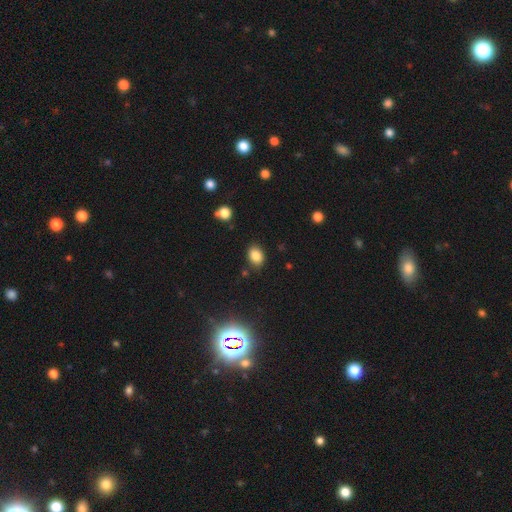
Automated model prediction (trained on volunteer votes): Q: Smooth or featured?
A: smooth (83%); runner-up: star or artifact (11%)
Q: How rounded?
A: in between (74%); runner-up: round (25%)
Q: Merging?
A: none (84%); runner-up: minor disturbance (11%)